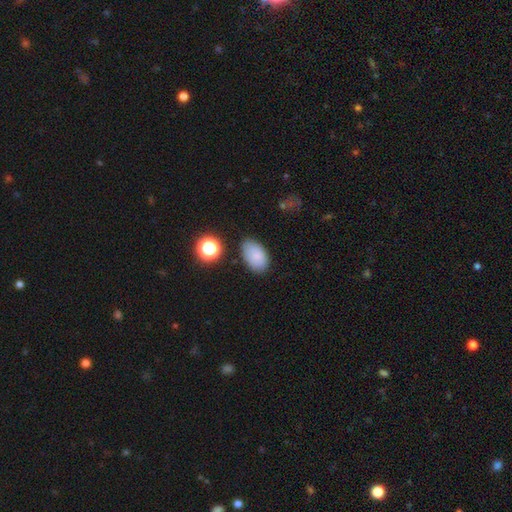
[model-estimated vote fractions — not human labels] The model was most divided on "merging": none: 76%, minor disturbance: 17%, major disturbance: 4%, merger: 3%. More confident: how rounded — in between (91%); smooth or featured — smooth (80%).